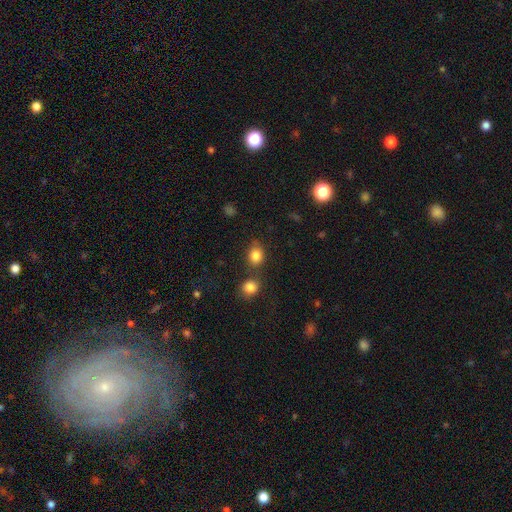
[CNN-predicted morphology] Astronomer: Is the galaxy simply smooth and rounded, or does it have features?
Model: smooth — 83%.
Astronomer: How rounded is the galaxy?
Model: round — 59% (runner-up: in between, 40%).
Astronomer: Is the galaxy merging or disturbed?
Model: none — 64%.